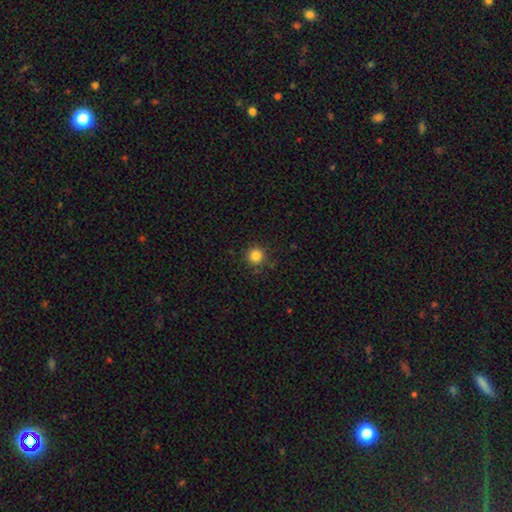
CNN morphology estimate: Smooth or featured?
  - smooth: 84% *
  - star or artifact: 12%
  - featured or disk: 4%
How rounded?
  - round: 95% *
  - in between: 4%
  - cigar-shaped: 1%
Merging?
  - none: 89% *
  - minor disturbance: 7%
  - major disturbance: 2%
  - merger: 1%